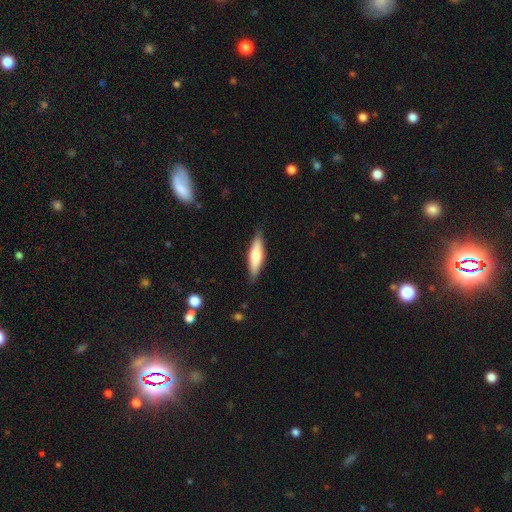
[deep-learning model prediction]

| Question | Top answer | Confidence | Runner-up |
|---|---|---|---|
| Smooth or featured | smooth | 63% | featured or disk (32%) |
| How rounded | cigar-shaped | 66% | in between (32%) |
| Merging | none | 85% | minor disturbance (12%) |